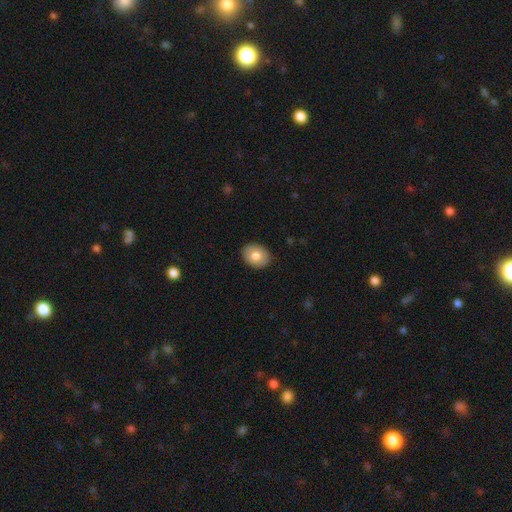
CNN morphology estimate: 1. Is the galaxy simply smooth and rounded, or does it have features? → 78% smooth, 15% featured or disk, 7% star or artifact.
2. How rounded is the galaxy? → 55% in between, 45% round, 1% cigar-shaped.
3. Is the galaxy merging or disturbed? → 89% none, 8% minor disturbance, 2% major disturbance, 1% merger.